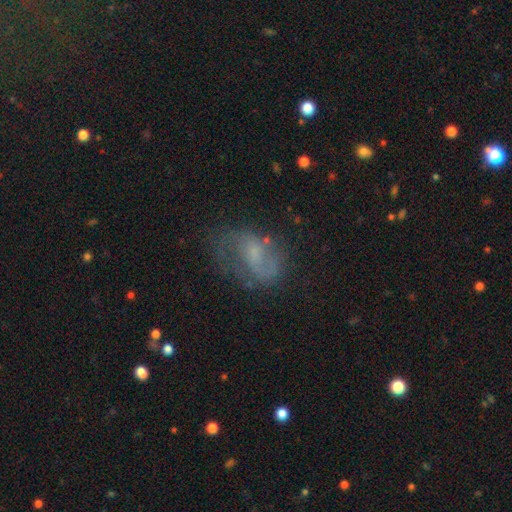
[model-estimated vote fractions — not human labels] This is possibly a featured or disk galaxy (54%). It is clearly not viewed edge-on (96%). Bar: possibly no (54%). Spiral arm pattern: likely yes (68%). Central bulge: marginally none (41%). Merging: possibly none (50%).